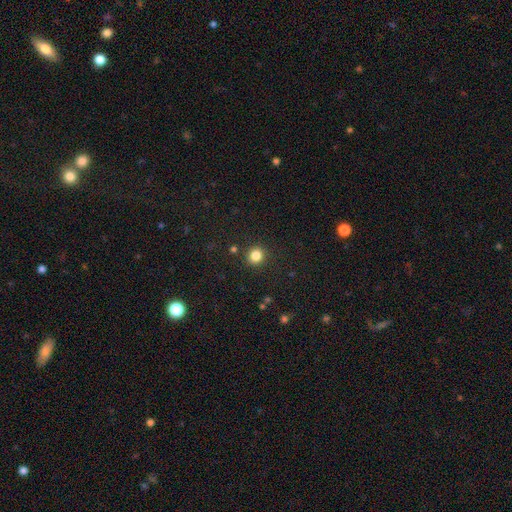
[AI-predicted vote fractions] Q: Smooth or featured?
A: smooth (83%); runner-up: star or artifact (12%)
Q: How rounded?
A: round (90%); runner-up: in between (9%)
Q: Merging?
A: none (90%); runner-up: minor disturbance (6%)